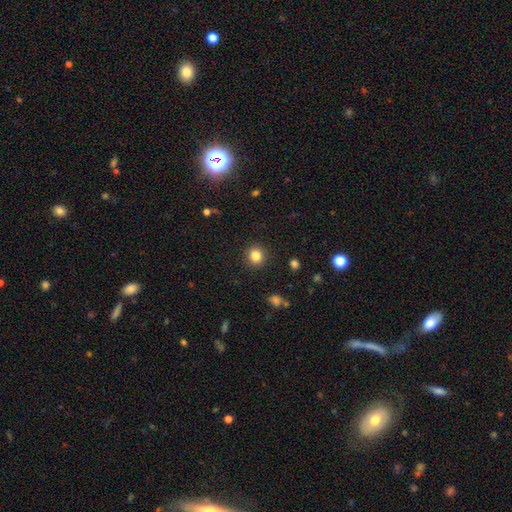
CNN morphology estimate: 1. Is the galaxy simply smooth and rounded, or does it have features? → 84% smooth, 11% star or artifact, 5% featured or disk.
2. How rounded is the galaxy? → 88% round, 11% in between, 1% cigar-shaped.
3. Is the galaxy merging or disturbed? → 91% none, 6% minor disturbance, 2% major disturbance, 1% merger.